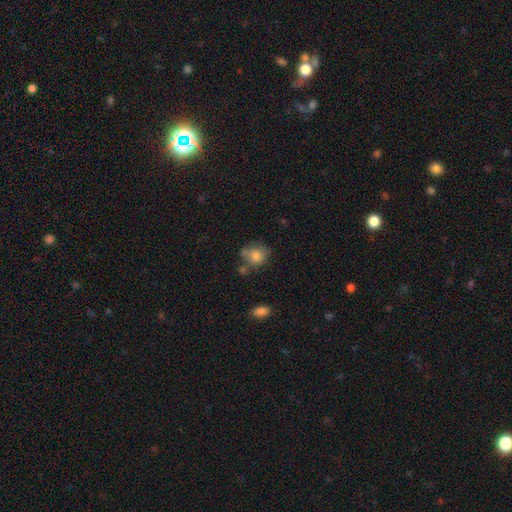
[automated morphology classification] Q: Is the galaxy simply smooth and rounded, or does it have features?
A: smooth — 75%.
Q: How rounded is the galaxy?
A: round — 54%.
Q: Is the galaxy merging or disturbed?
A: none — 47%.